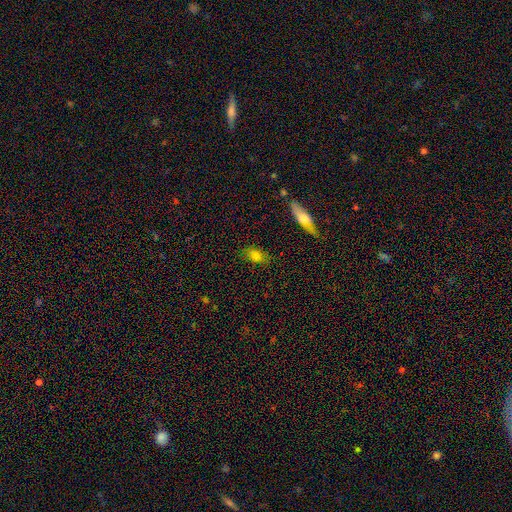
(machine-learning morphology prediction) smooth-or-featured: smooth: 76% | star or artifact: 12% | featured or disk: 11%
  how-rounded: in between: 81% | round: 13% | cigar-shaped: 6%
  merging: none: 81% | minor disturbance: 13% | major disturbance: 3% | merger: 2%